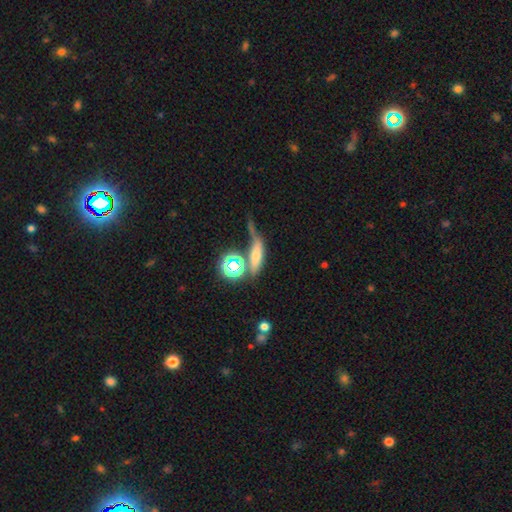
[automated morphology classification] Q: Smooth or featured?
A: smooth (54%); runner-up: star or artifact (23%)
Q: How rounded?
A: in between (42%); runner-up: cigar-shaped (41%)
Q: Merging?
A: none (42%); runner-up: merger (23%)